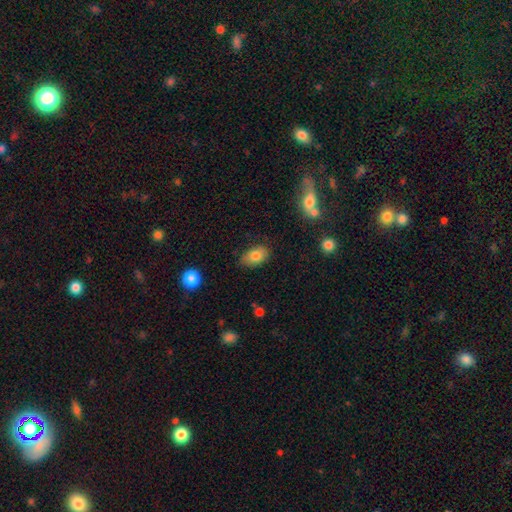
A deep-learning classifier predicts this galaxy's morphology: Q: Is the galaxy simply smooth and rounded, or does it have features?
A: smooth — 80%.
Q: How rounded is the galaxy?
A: in between — 89%.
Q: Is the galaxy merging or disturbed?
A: none — 81%.